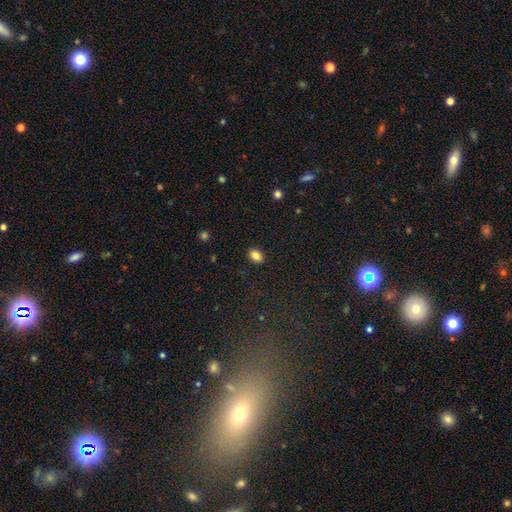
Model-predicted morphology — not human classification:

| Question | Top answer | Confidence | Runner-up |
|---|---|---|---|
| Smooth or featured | smooth | 84% | star or artifact (10%) |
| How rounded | in between | 75% | round (24%) |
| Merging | none | 89% | minor disturbance (8%) |